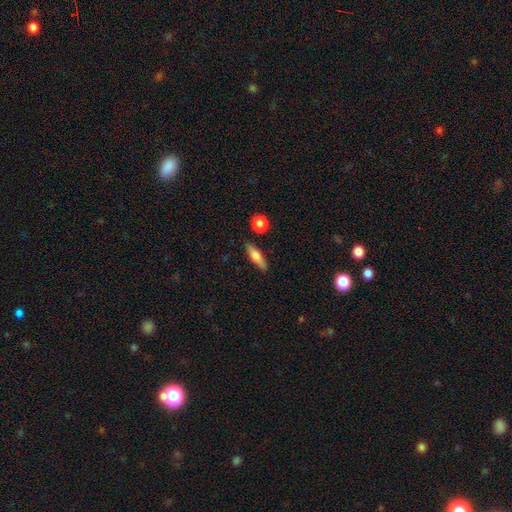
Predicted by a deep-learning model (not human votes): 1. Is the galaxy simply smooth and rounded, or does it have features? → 65% smooth, 28% featured or disk, 7% star or artifact.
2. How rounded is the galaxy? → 58% cigar-shaped, 38% in between, 4% round.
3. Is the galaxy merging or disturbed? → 84% none, 10% minor disturbance, 3% merger, 2% major disturbance.